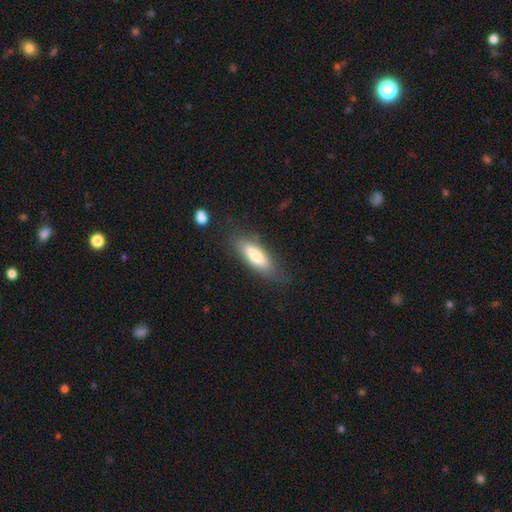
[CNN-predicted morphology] Smooth or featured?
  - smooth: 70% *
  - featured or disk: 24%
  - star or artifact: 6%
How rounded?
  - in between: 58% *
  - cigar-shaped: 40%
  - round: 2%
Merging?
  - none: 72% *
  - minor disturbance: 19%
  - major disturbance: 7%
  - merger: 2%